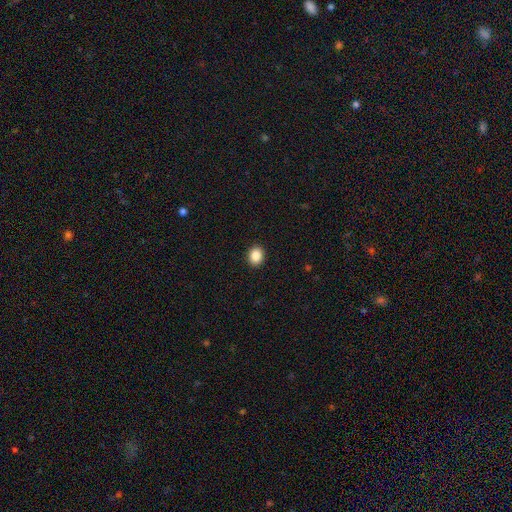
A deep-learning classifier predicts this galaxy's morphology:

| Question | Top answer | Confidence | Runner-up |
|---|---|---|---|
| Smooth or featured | smooth | 87% | star or artifact (9%) |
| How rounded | round | 59% | in between (40%) |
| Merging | none | 92% | minor disturbance (5%) |